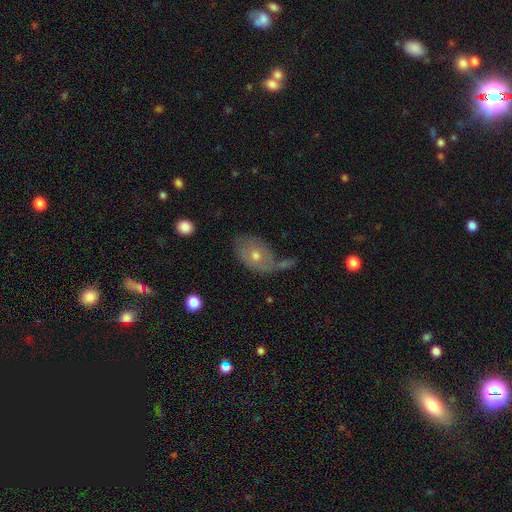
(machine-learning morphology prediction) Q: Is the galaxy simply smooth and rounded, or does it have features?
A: smooth — 49%.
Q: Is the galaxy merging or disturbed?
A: none — 44%.